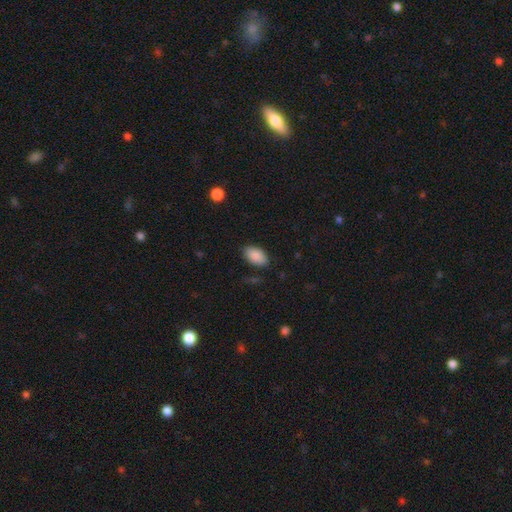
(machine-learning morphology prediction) Smooth or featured? smooth (89%)
How rounded? in between (94%)
Merging? none (84%)